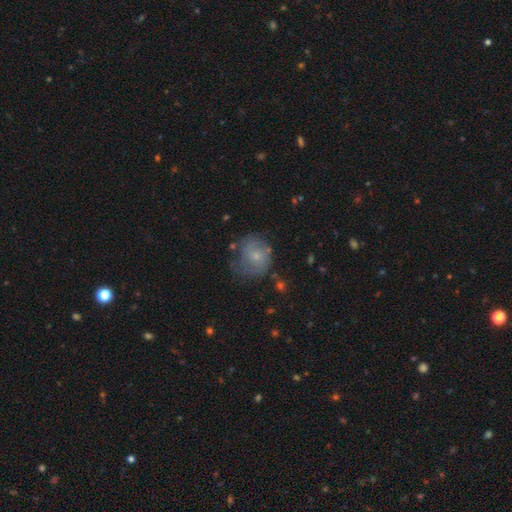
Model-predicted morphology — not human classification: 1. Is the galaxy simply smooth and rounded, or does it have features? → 52% smooth, 39% featured or disk, 9% star or artifact.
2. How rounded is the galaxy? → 71% round, 29% in between, 1% cigar-shaped.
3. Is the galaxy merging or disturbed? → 45% none, 30% minor disturbance, 21% major disturbance, 4% merger.